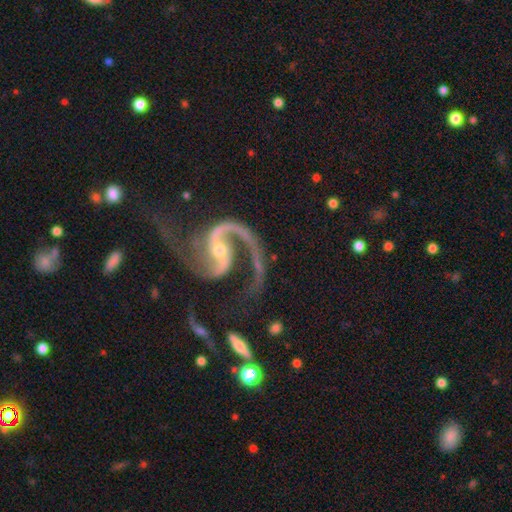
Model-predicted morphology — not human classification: A featured or disk galaxy (93%) with a weak bar (38%), 2 (92%) medium (56%) spiral arms (98%) and a small central bulge (63%).

Vote fractions:
- Smooth or featured? featured or disk: 93% / star or artifact: 5% / smooth: 2%
- Edge-on disk? no: 98% / yes: 2%
- Bar? weak: 38% / no: 32% / strong: 30%
- Spiral arms? yes: 98% / no: 2%
- Spiral winding? medium: 56% / loose: 32% / tight: 12%
- Spiral arm count? 2: 92% / 1: 3% / can't tell: 1% / 3: 1% / 4: 1% / more than 4: 1%
- Bulge size? small: 63% / moderate: 32% / none: 2% / large: 2% / dominant: 1%
- Merging? none: 57% / major disturbance: 19% / minor disturbance: 18% / merger: 5%